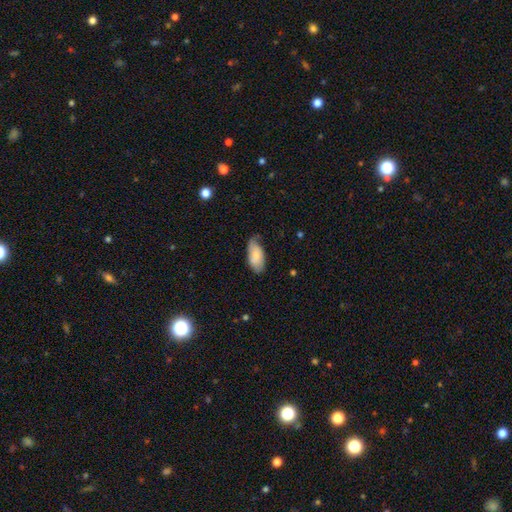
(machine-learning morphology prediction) This is likely a smooth galaxy (76%). How rounded: clearly in between (92%). Merging: possibly none (56%).